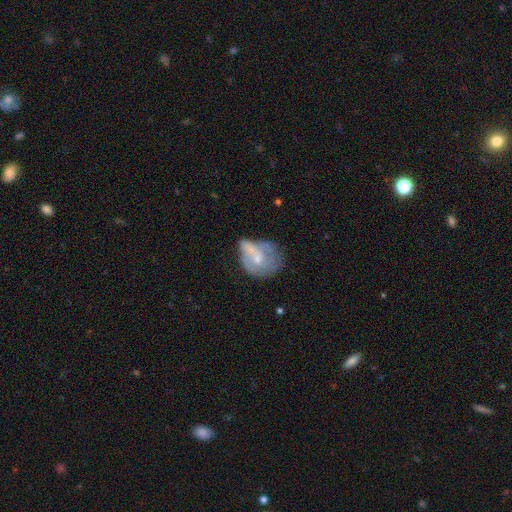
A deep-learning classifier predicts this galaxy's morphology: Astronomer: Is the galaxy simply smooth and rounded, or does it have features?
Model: featured or disk — 47% (runner-up: smooth, 44%).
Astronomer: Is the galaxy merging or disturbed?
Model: none — 29% (runner-up: minor disturbance, 26%).